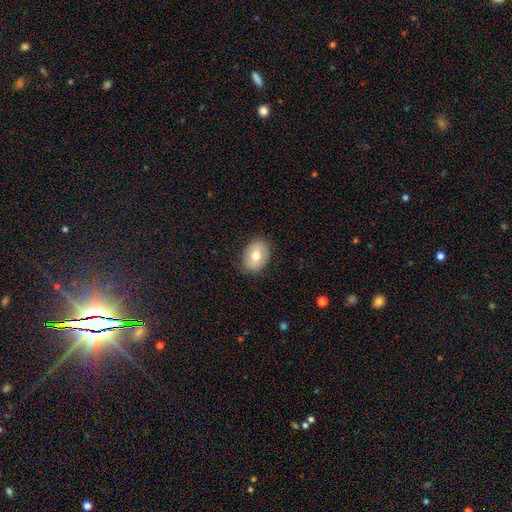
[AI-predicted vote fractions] Overall: smooth (71%). How rounded: in between (70%). Merging: none (83%).